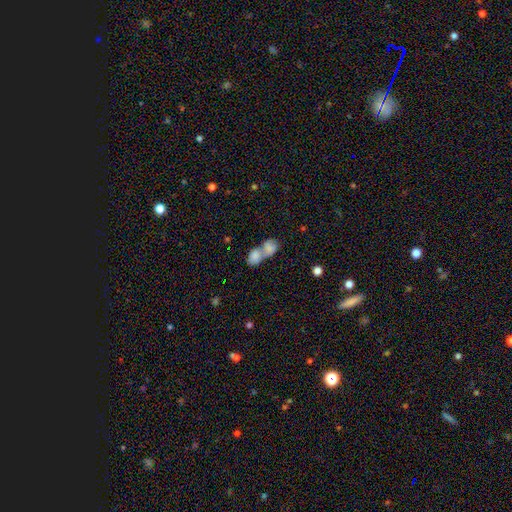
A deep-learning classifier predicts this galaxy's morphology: smooth 77%, featured or disk 15%, star or artifact 8%. Down the decision tree: how rounded — in between (73%); merging — merger (80%).